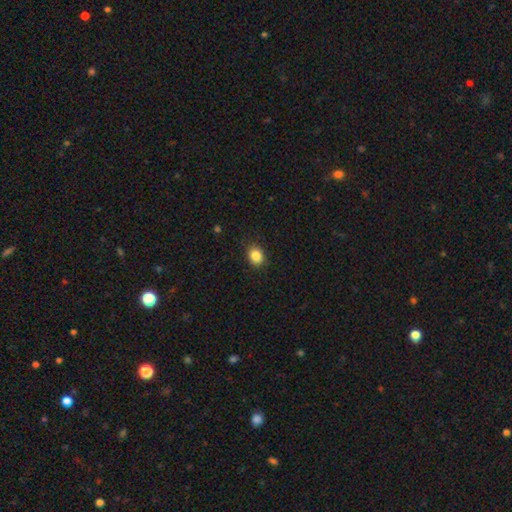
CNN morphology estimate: Q: Smooth or featured?
A: smooth (86%); runner-up: star or artifact (10%)
Q: How rounded?
A: in between (52%); runner-up: round (47%)
Q: Merging?
A: none (87%); runner-up: minor disturbance (10%)